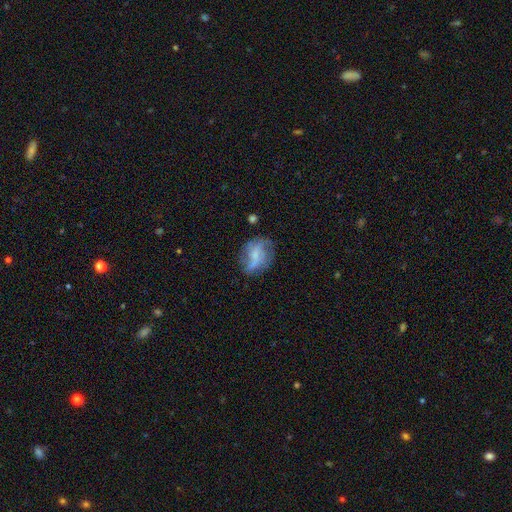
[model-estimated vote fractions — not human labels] Morphology: type=featured or disk (64%); edge-on=no (96%); bar=weak (44%); spiral arms=yes (83%); winding=loose (49%); arm count=2 (39%); bulge=small (44%); merging=none (61%).